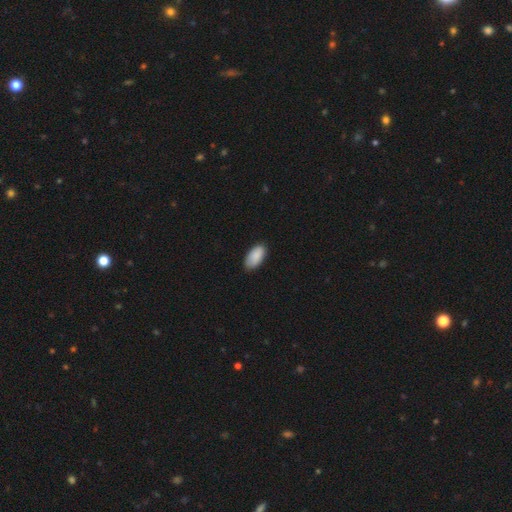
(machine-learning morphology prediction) type=smooth (90%); roundness=in between (95%); merging=none (83%).